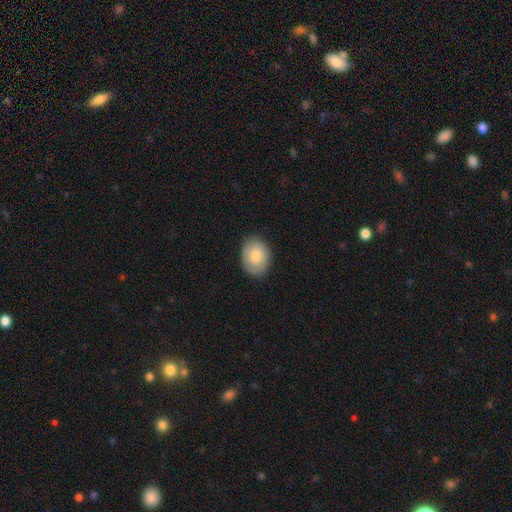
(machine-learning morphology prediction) Q: Smooth or featured?
A: smooth (76%); runner-up: featured or disk (17%)
Q: How rounded?
A: in between (67%); runner-up: round (32%)
Q: Merging?
A: none (81%); runner-up: minor disturbance (15%)